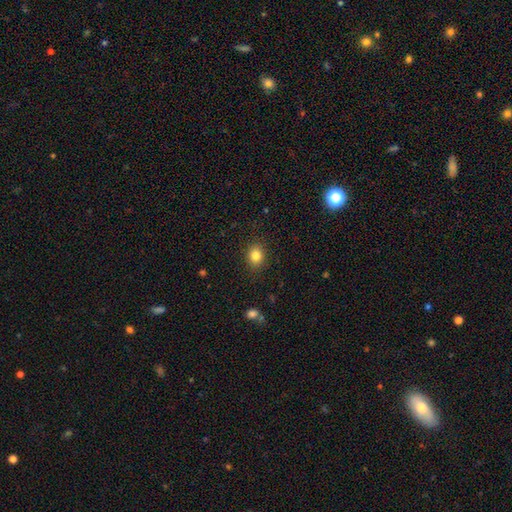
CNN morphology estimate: Q: Smooth or featured?
A: smooth (83%); runner-up: star or artifact (11%)
Q: How rounded?
A: round (60%); runner-up: in between (39%)
Q: Merging?
A: none (88%); runner-up: minor disturbance (9%)